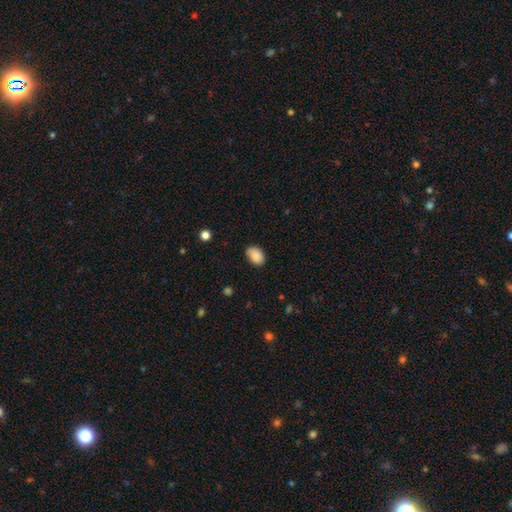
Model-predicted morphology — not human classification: smooth_or_featured: smooth (p=0.87) [alt: star or artifact p=0.07]
how_rounded: in between (p=0.82) [alt: round p=0.17]
merging: none (p=0.73) [alt: minor disturbance p=0.21]